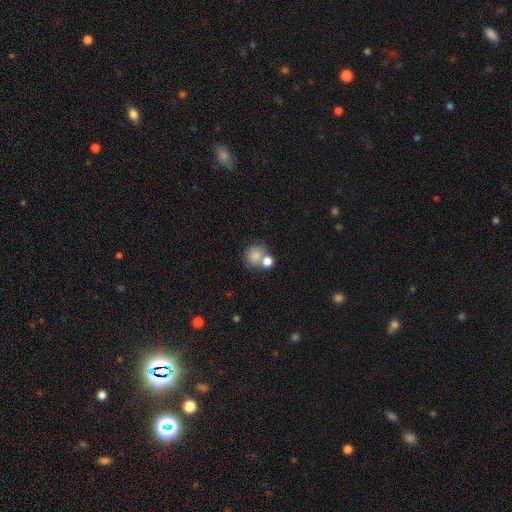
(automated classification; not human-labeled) Smooth or featured? Predicted: smooth (p=0.81). How rounded? Predicted: round (p=0.77). Merging? Predicted: none (p=0.44).